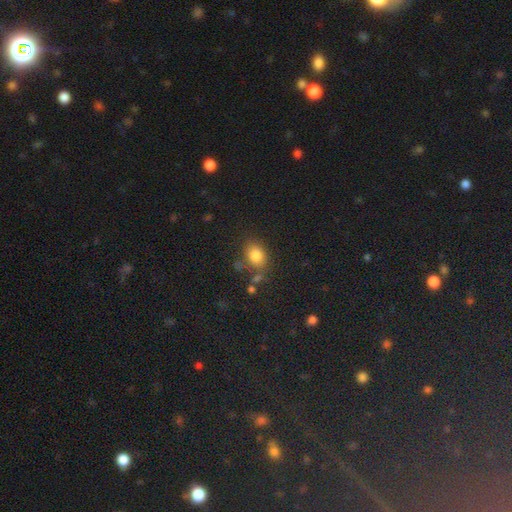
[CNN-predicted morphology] The model was most divided on "how rounded": in between: 56%, round: 43%, cigar-shaped: 1%. More confident: smooth or featured — smooth (81%); merging — none (68%).